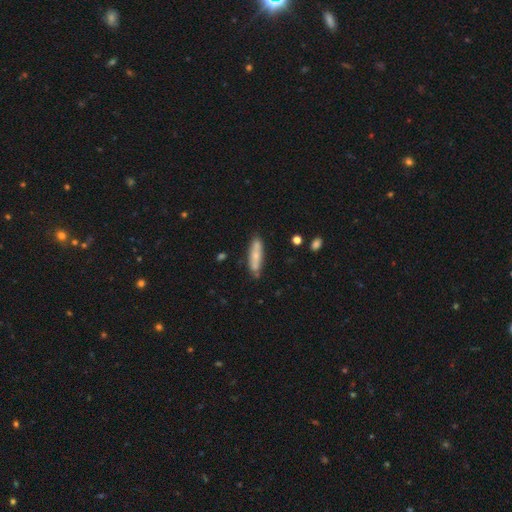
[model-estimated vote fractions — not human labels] Smooth or featured? smooth (61%)
How rounded? cigar-shaped (71%)
Merging? none (75%)